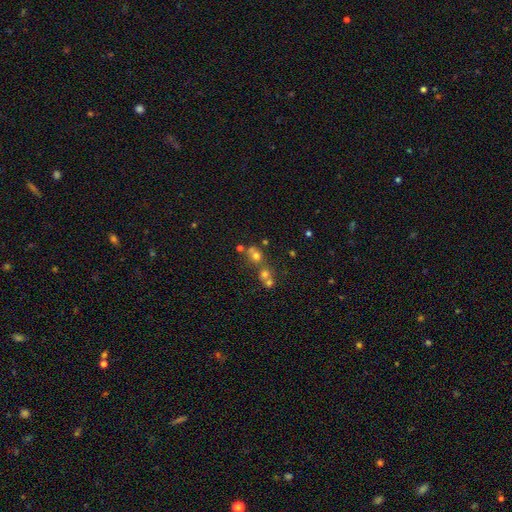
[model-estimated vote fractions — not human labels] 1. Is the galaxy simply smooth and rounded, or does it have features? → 59% smooth, 23% star or artifact, 18% featured or disk.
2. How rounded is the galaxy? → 83% round, 16% in between, 1% cigar-shaped.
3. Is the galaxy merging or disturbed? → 45% none, 44% merger, 7% minor disturbance, 4% major disturbance.